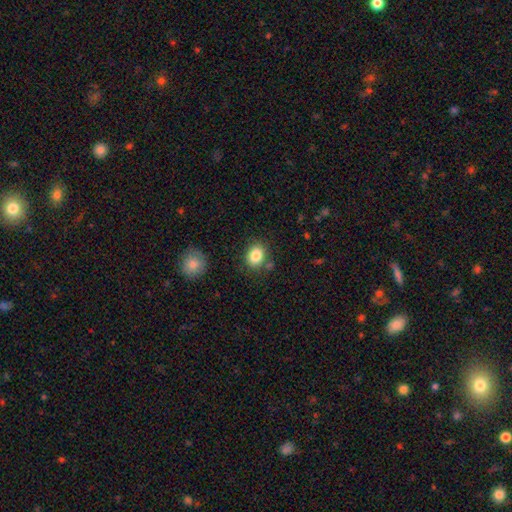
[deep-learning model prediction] smooth_or_featured: smooth (p=0.85) [alt: star or artifact p=0.09]
how_rounded: in between (p=0.52) [alt: round p=0.47]
merging: none (p=0.79) [alt: minor disturbance p=0.12]